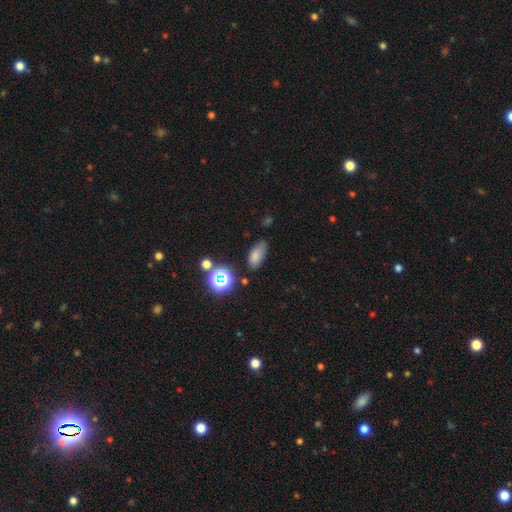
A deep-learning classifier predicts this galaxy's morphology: A smooth galaxy with no disk features (75%) that is in between round and cigar-shaped (88%).

Vote fractions:
- Smooth or featured? smooth: 75% / star or artifact: 15% / featured or disk: 10%
- How rounded? in between: 88% / round: 6% / cigar-shaped: 6%
- Merging? none: 70% / minor disturbance: 21% / major disturbance: 5% / merger: 4%